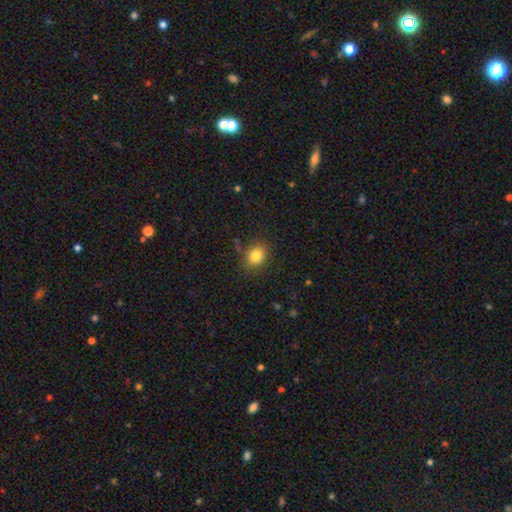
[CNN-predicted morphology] The model was most divided on "how rounded": in between: 60%, round: 39%, cigar-shaped: 1%. More confident: merging — none (83%); smooth or featured — smooth (83%).